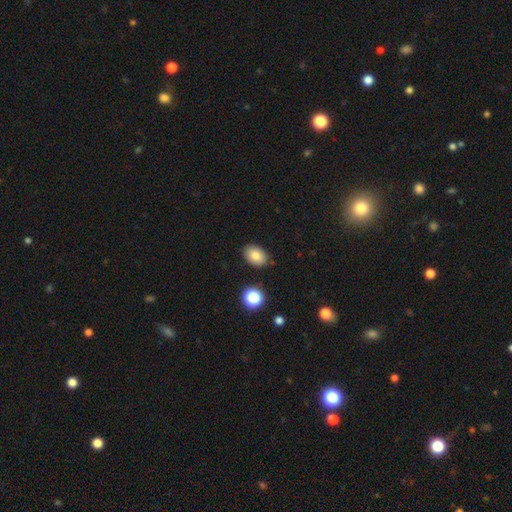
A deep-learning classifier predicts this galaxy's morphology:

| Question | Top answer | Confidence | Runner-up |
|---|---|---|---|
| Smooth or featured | smooth | 83% | star or artifact (9%) |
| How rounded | in between | 81% | round (18%) |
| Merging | none | 87% | minor disturbance (9%) |